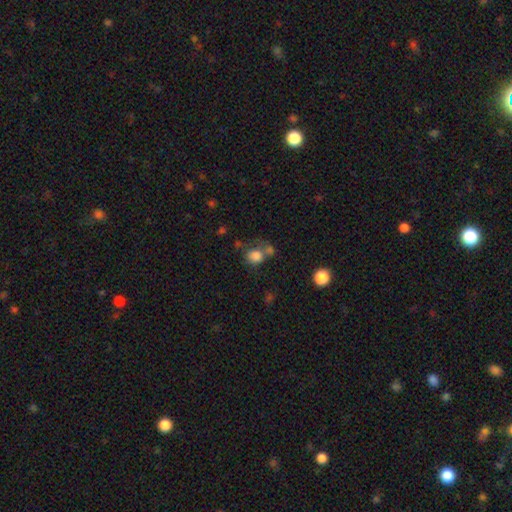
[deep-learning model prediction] This is likely a smooth galaxy (78%). How rounded: possibly round (60%). Merging: marginally none (39%).